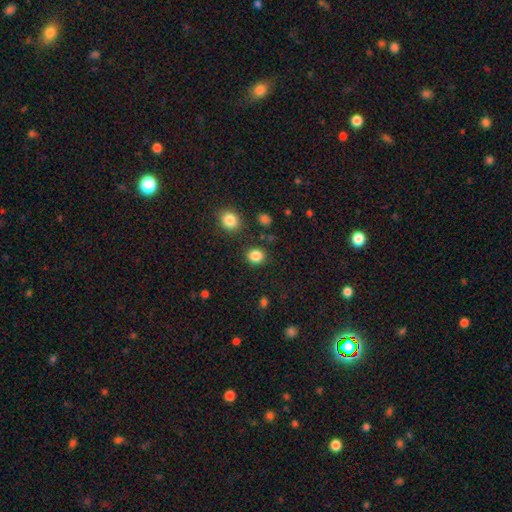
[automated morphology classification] Smooth or featured? Predicted: smooth (p=0.85). How rounded? Predicted: round (p=0.78). Merging? Predicted: none (p=0.86).